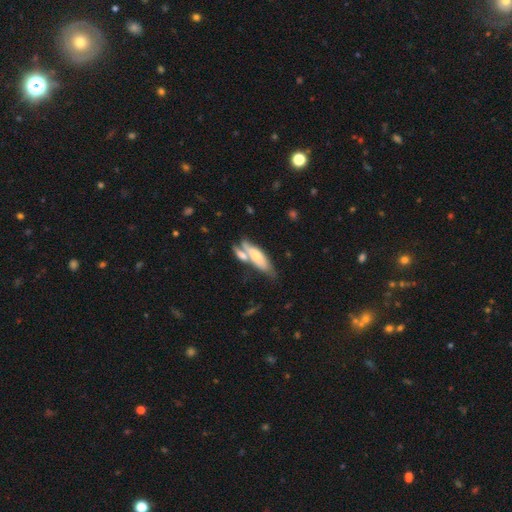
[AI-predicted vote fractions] A smooth galaxy with no disk features (56%) that is in between round and cigar-shaped (52%).

Vote fractions:
- Smooth or featured? smooth: 56% / featured or disk: 38% / star or artifact: 6%
- How rounded? in between: 52% / cigar-shaped: 46% / round: 2%
- Merging? merger: 42% / none: 37% / minor disturbance: 15% / major disturbance: 6%